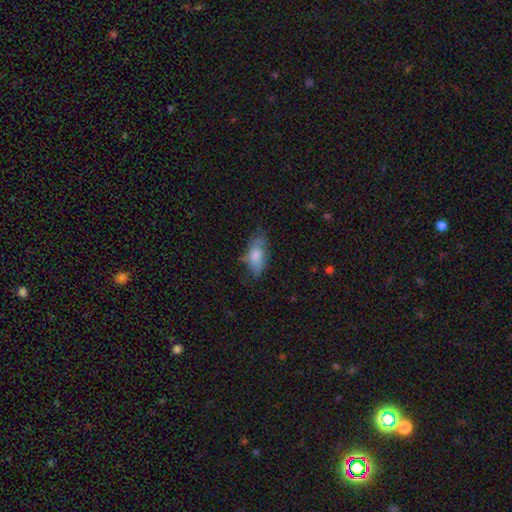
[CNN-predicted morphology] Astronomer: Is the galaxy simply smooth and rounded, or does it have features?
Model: smooth — 66%.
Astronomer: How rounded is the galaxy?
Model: in between — 78%.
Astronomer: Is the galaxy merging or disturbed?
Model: none — 60%.